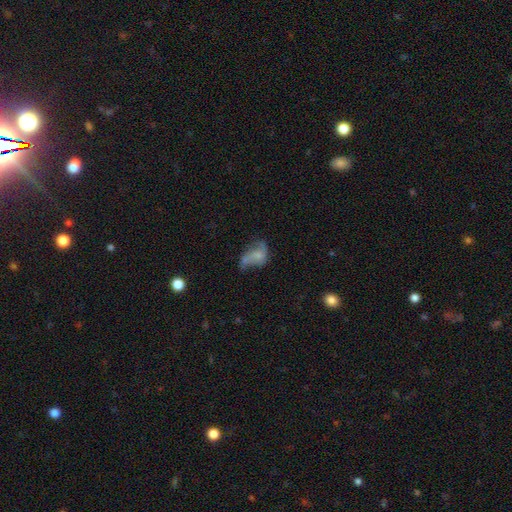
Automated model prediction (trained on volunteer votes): This appears to be a featured or disk galaxy (46%). Merging: major disturbance (35%).